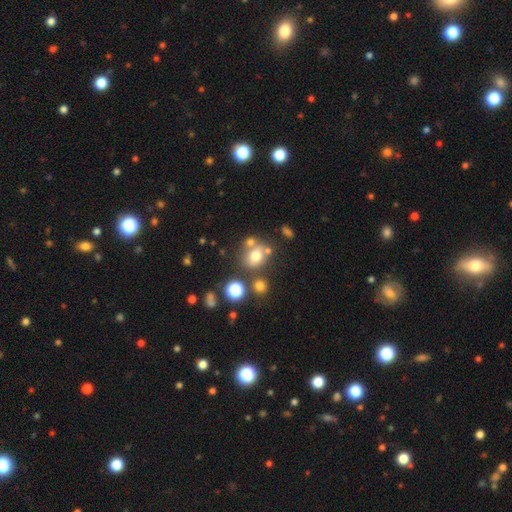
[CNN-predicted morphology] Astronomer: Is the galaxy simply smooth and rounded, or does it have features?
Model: smooth — 68%.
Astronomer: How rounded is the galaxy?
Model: round — 66%.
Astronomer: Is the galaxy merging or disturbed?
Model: none — 59%.